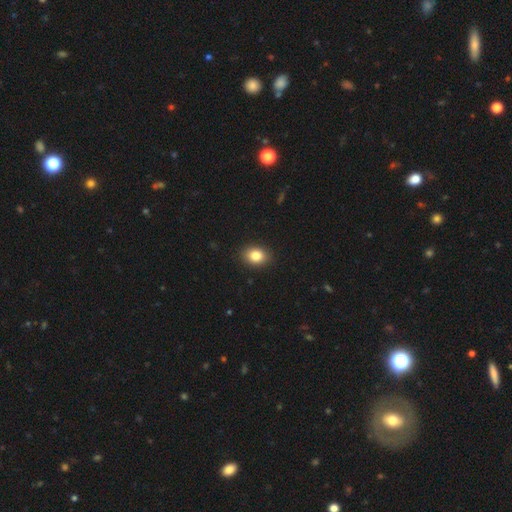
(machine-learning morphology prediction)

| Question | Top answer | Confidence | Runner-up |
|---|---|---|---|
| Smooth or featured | smooth | 84% | star or artifact (10%) |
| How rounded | in between | 59% | round (40%) |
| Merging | none | 90% | minor disturbance (7%) |